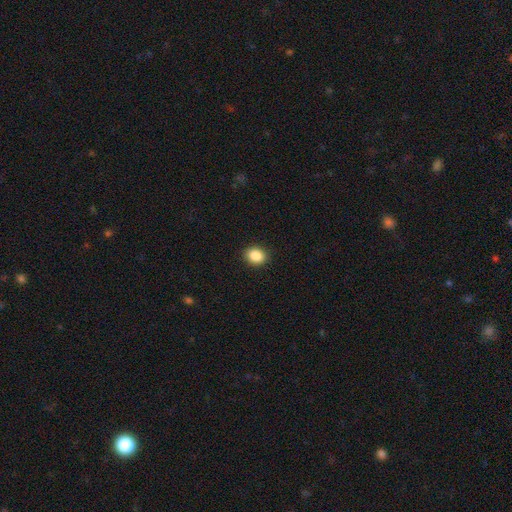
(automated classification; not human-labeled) Smooth or featured?
  - smooth: 88% *
  - star or artifact: 9%
  - featured or disk: 4%
How rounded?
  - round: 50% *
  - in between: 49%
  - cigar-shaped: 1%
Merging?
  - none: 90% *
  - minor disturbance: 7%
  - major disturbance: 2%
  - merger: 1%